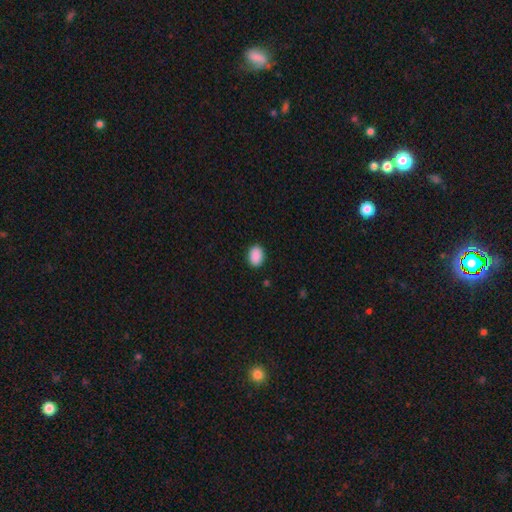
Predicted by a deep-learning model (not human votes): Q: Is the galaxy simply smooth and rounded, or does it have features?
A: smooth — 90%.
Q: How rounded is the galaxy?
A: in between — 76%.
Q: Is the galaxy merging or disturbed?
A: none — 89%.